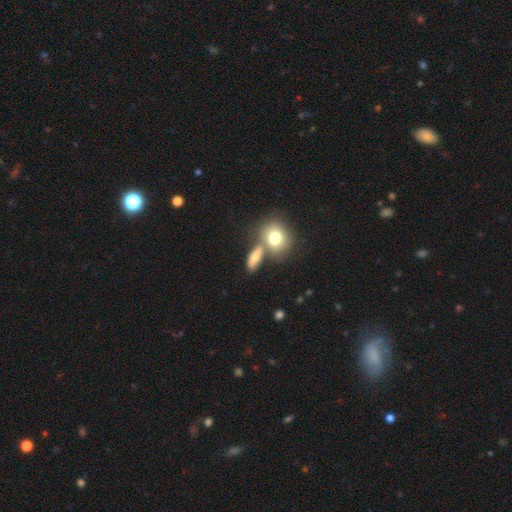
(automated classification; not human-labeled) smooth_or_featured: smooth (p=0.74) [alt: featured or disk p=0.16]
how_rounded: in between (p=0.57) [alt: round p=0.29]
merging: none (p=0.51) [alt: merger p=0.30]